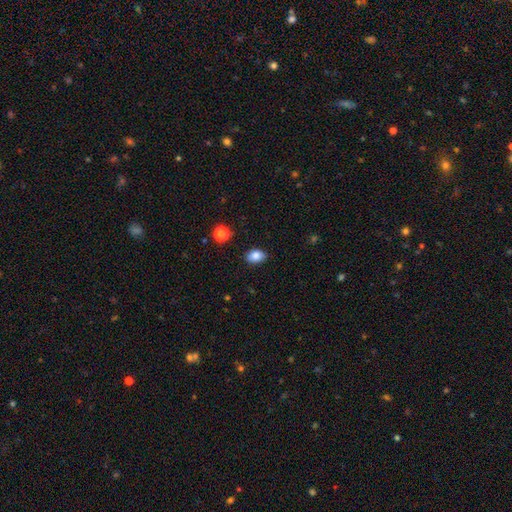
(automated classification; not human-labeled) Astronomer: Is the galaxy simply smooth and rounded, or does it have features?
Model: smooth — 85%.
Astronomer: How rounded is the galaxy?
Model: in between — 79%.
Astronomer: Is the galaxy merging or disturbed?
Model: none — 87%.